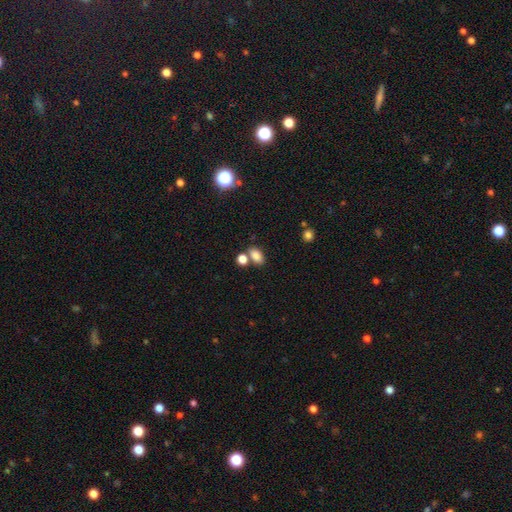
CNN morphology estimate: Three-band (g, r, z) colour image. It shows a smooth galaxy with no disk features (83%) that is in between round and cigar-shaped (86%). Merging: none (57%).